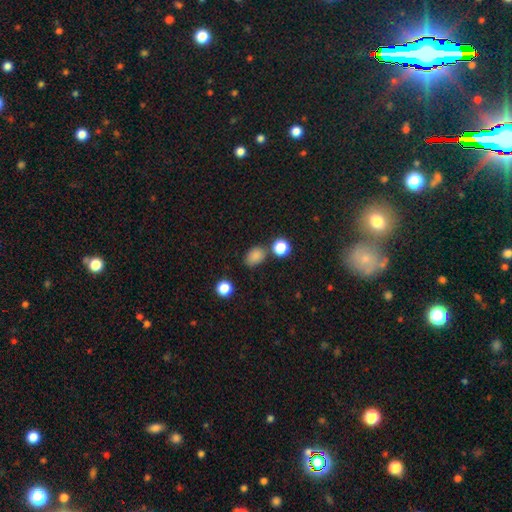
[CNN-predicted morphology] Smooth or featured? smooth (83%)
How rounded? in between (72%)
Merging? none (72%)